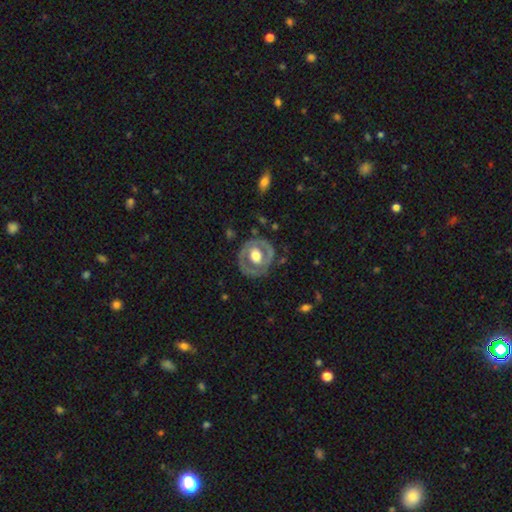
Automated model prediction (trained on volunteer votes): This is likely a featured or disk galaxy (64%). It is clearly not viewed edge-on (95%). Bar: likely no (73%). Spiral arm pattern: likely no (74%). Central bulge: possibly large (48%). Merging: likely none (76%).